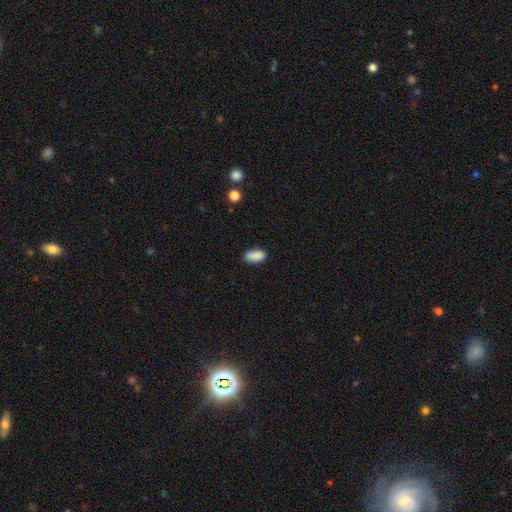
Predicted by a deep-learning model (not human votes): Smooth or featured?
  - smooth: 88% *
  - star or artifact: 8%
  - featured or disk: 4%
How rounded?
  - in between: 90% *
  - cigar-shaped: 7%
  - round: 4%
Merging?
  - none: 74% *
  - minor disturbance: 21%
  - major disturbance: 3%
  - merger: 2%